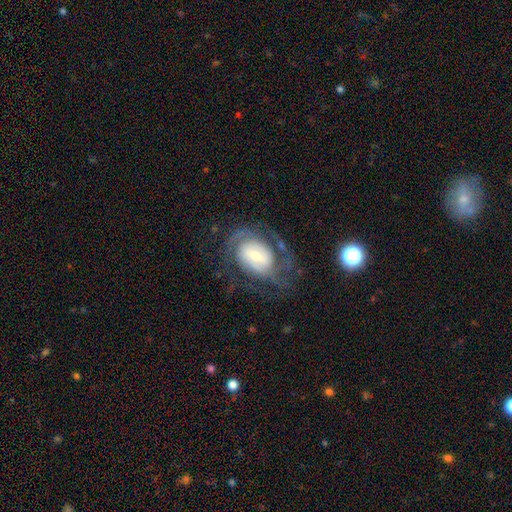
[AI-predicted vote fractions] The model was most divided on "bar": weak: 43%, no: 39%, strong: 18%. Remaining: edge-on disk — no (97%); spiral arms — yes (91%); smooth or featured — featured or disk (80%); merging — none (58%); bulge size — small (46%); spiral winding — tight (44%); spiral arm count — 2 (44%).